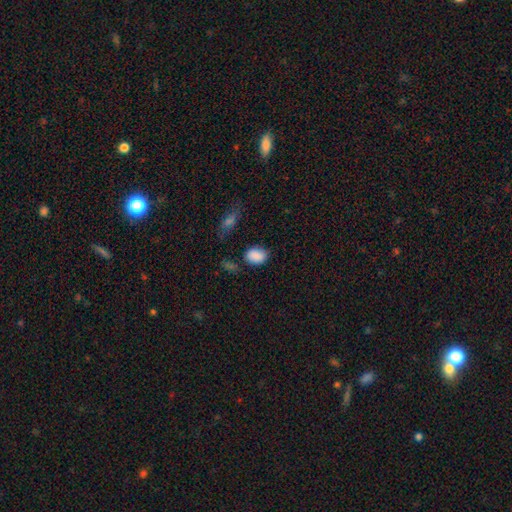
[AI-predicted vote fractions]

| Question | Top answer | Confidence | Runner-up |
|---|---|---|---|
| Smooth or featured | smooth | 87% | star or artifact (9%) |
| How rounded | in between | 75% | round (24%) |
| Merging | none | 72% | minor disturbance (18%) |